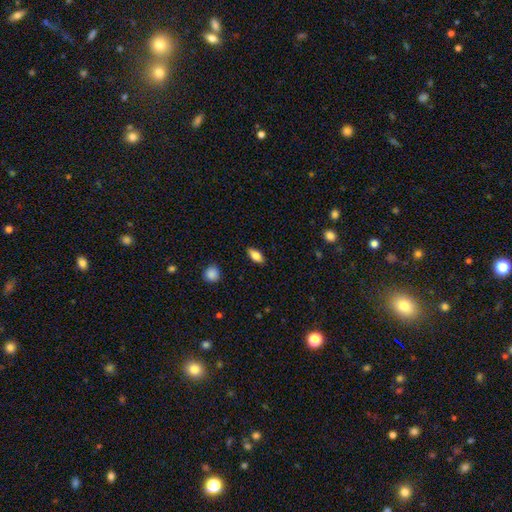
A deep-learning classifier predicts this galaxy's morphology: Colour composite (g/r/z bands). It shows a smooth galaxy with no disk features (78%) that is in between round and cigar-shaped (86%). Merging: none (87%).